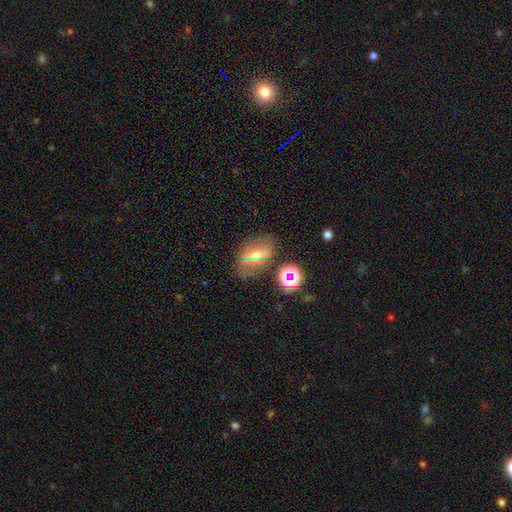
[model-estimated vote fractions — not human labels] Overall: smooth (41%; featured or disk 38%). Merging: none (66%).